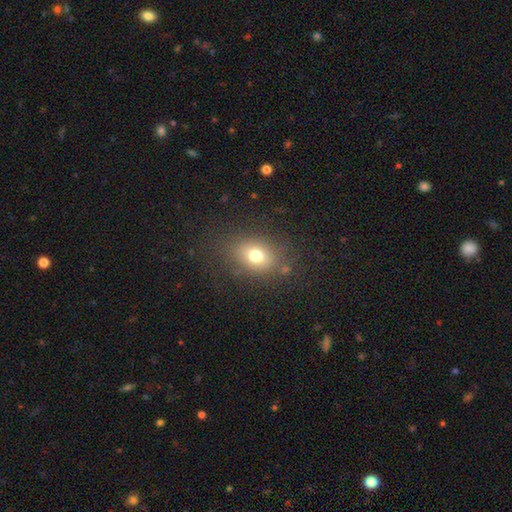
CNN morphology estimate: Smooth or featured: smooth — 74% (star or artifact — 14%)
How rounded: in between — 60% (round — 38%)
Merging: none — 78% (minor disturbance — 13%)